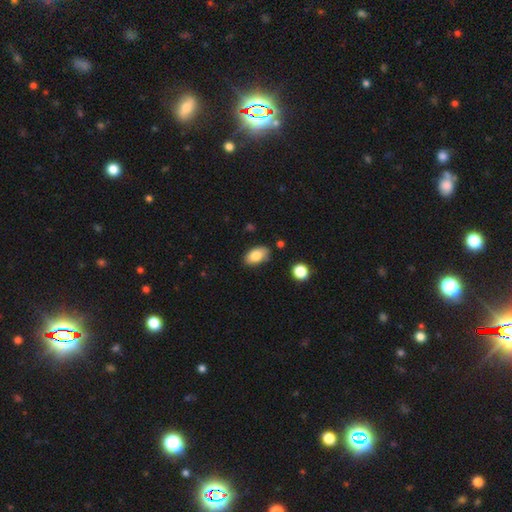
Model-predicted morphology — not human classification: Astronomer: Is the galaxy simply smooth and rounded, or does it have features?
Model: smooth — 82%.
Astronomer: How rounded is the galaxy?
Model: in between — 91%.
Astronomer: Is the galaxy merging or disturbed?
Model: none — 78%.